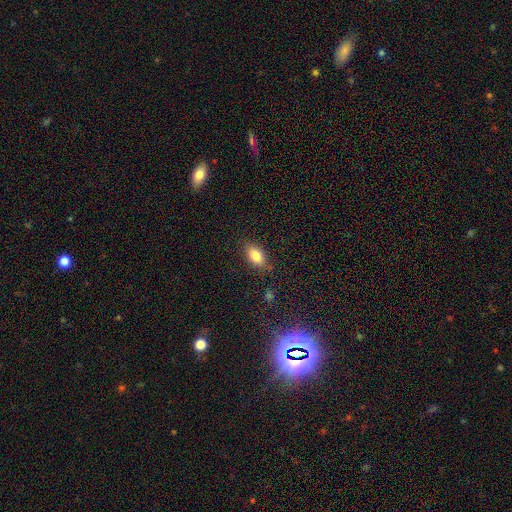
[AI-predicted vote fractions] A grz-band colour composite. It shows a smooth galaxy with no disk features (82%) that is in between round and cigar-shaped (87%). Merging: none (82%).